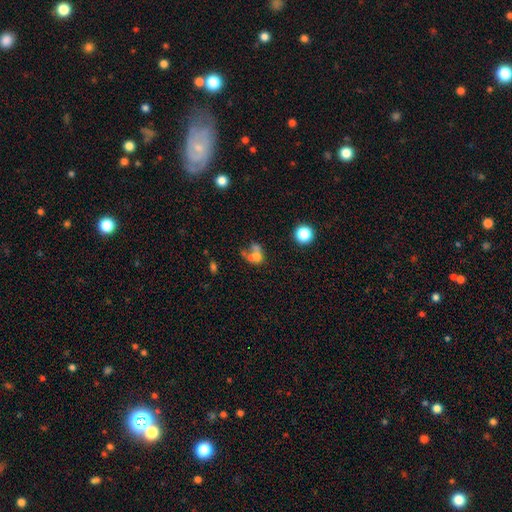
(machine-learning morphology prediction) Overall: smooth (57%; featured or disk 27%). How rounded: round (51%; in between 47%). Merging: merger (53%; none 22%).